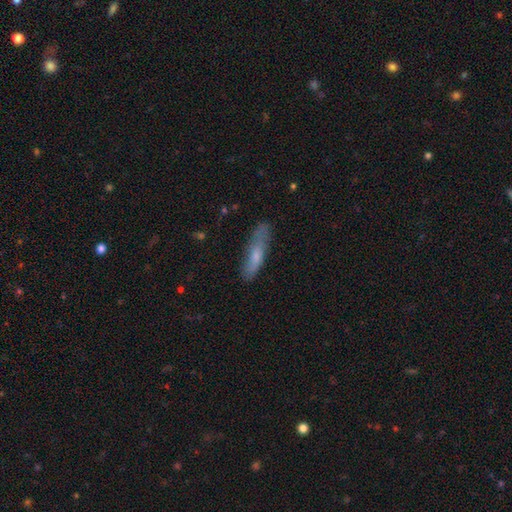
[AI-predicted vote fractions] This appears to be a smooth galaxy with no disk features (64%) that is cigar-shaped (77%). Merging: none (71%).